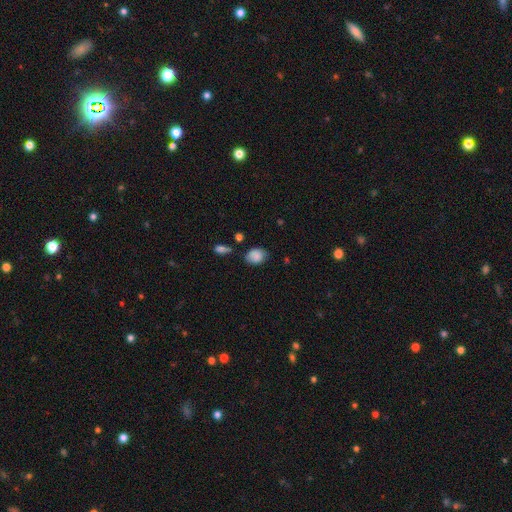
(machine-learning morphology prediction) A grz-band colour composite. It shows a smooth galaxy with no disk features (85%) that is in between round and cigar-shaped (61%). Merging: none (65%).